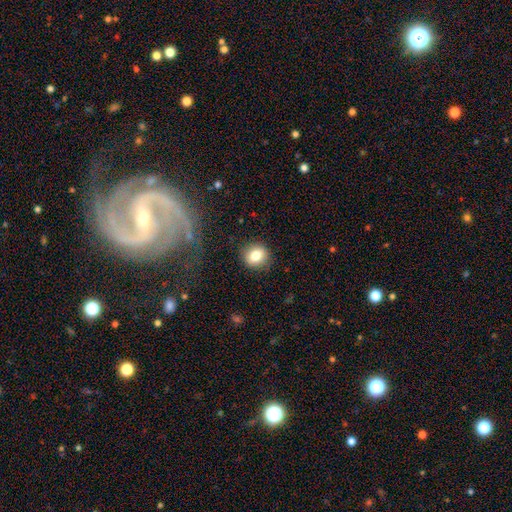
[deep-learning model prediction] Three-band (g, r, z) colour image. It shows a smooth galaxy with no disk features (79%) that is round (80%). Merging: none (88%).